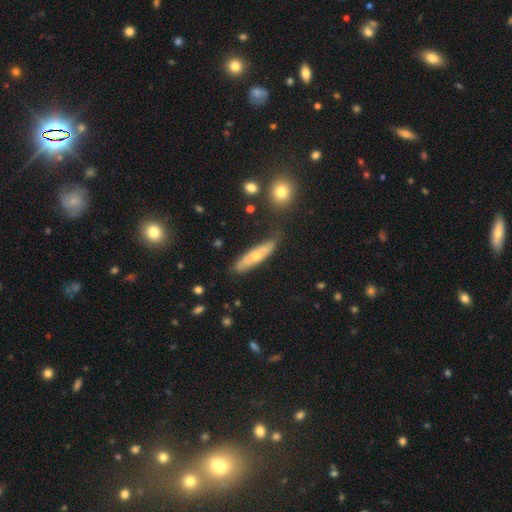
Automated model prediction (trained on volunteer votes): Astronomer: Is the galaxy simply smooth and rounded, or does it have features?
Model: featured or disk — 53% (runner-up: smooth, 41%).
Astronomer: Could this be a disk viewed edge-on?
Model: no — 61% (runner-up: yes, 39%).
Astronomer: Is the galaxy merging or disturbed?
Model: none — 69%.